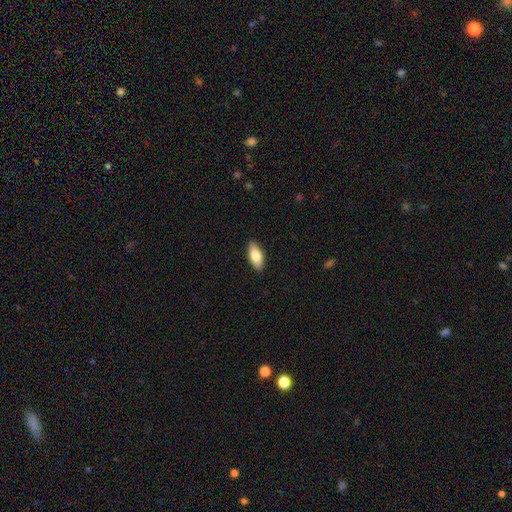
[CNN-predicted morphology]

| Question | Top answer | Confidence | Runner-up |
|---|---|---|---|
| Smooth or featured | smooth | 80% | featured or disk (14%) |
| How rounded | in between | 85% | cigar-shaped (12%) |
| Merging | none | 88% | minor disturbance (9%) |